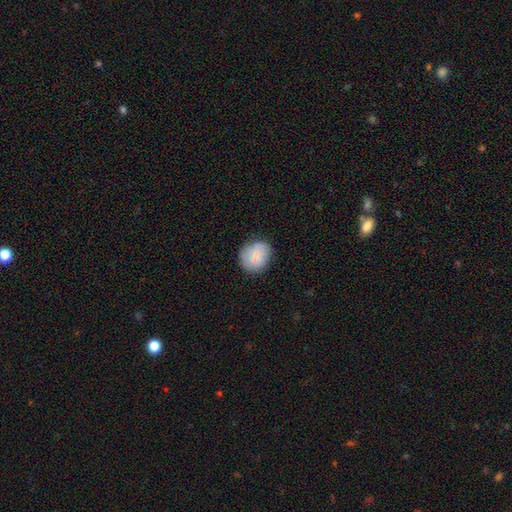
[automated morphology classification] A smooth galaxy with no disk features (68%) that is round (73%). Merging: none (79%).